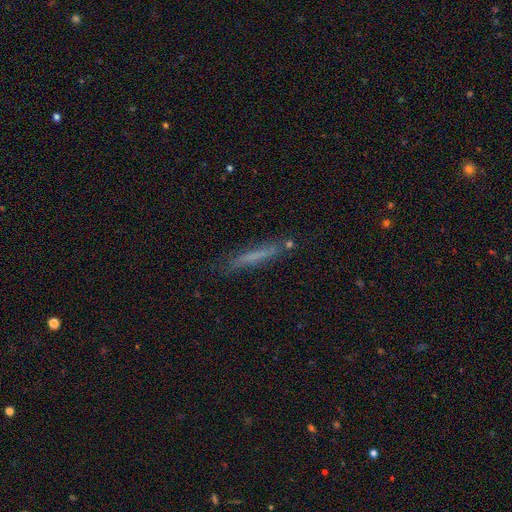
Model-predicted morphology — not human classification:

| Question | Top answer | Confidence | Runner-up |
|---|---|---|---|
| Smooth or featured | smooth | 57% | featured or disk (33%) |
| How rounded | cigar-shaped | 94% | in between (5%) |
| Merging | none | 76% | minor disturbance (16%) |